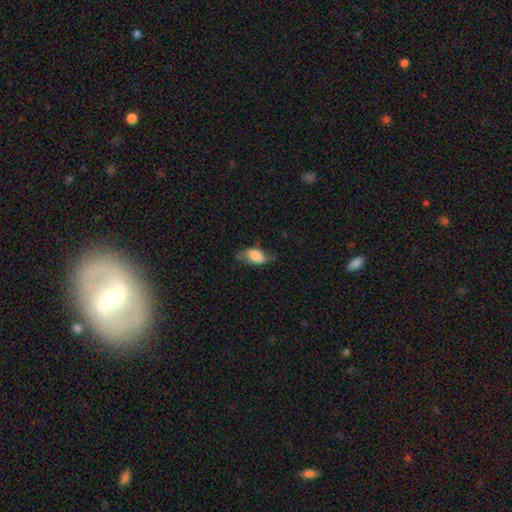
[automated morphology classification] A smooth galaxy with no disk features (68%) that is in between round and cigar-shaped (90%). Merging: none (50%).